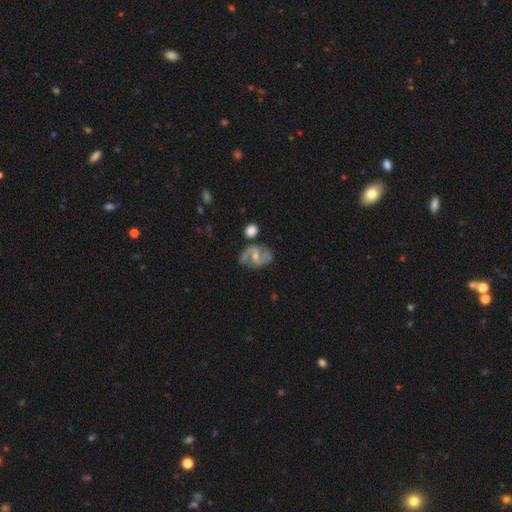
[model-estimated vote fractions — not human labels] Q: Smooth or featured?
A: featured or disk (86%); runner-up: smooth (9%)
Q: Edge-on disk?
A: no (97%); runner-up: yes (3%)
Q: Bar?
A: weak (47%); runner-up: no (31%)
Q: Spiral arms?
A: yes (95%); runner-up: no (5%)
Q: Spiral winding?
A: medium (53%); runner-up: loose (30%)
Q: Spiral arm count?
A: 2 (92%); runner-up: can't tell (3%)
Q: Bulge size?
A: moderate (53%); runner-up: small (42%)
Q: Merging?
A: none (71%); runner-up: minor disturbance (17%)